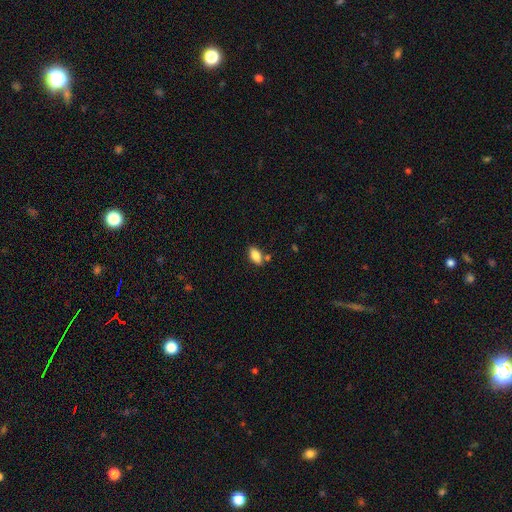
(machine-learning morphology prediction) The model was most divided on "merging": none: 76%, minor disturbance: 13%, merger: 9%, major disturbance: 3%. More confident: how rounded — in between (91%); smooth or featured — smooth (83%).